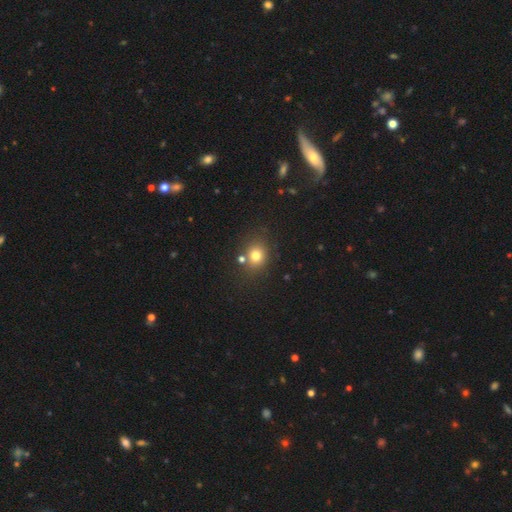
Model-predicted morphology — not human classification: Q: Smooth or featured?
A: smooth (76%); runner-up: star or artifact (15%)
Q: How rounded?
A: round (71%); runner-up: in between (28%)
Q: Merging?
A: none (74%); runner-up: merger (11%)